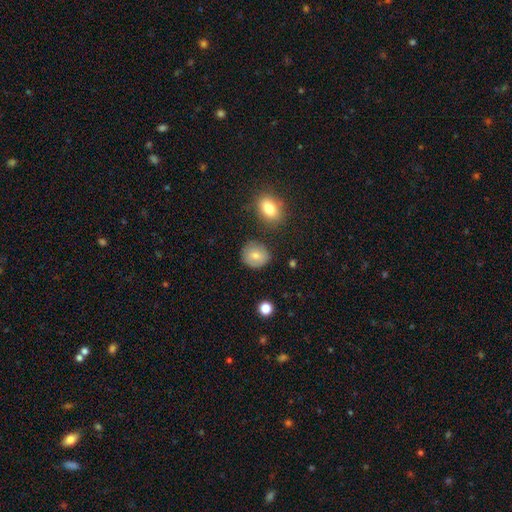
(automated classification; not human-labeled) This is likely a smooth galaxy (77%). How rounded: clearly round (83%). Merging: likely none (79%).